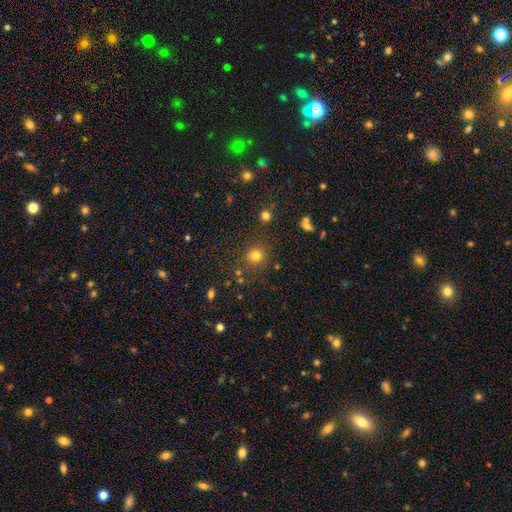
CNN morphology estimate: A smooth galaxy with no disk features (76%) that is round (87%). Merging: none (80%).